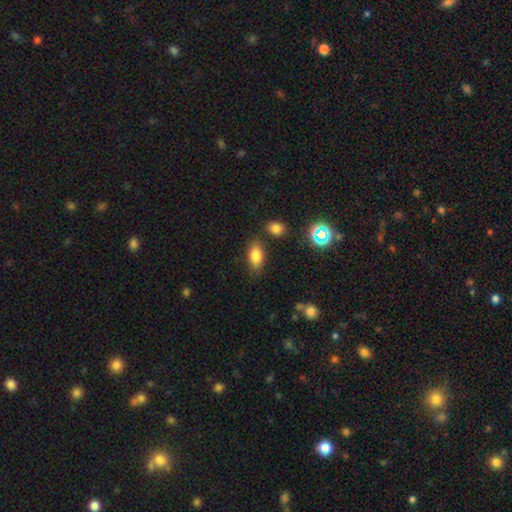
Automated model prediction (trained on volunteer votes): Smooth or featured?
  - smooth: 80% *
  - star or artifact: 10%
  - featured or disk: 10%
How rounded?
  - in between: 88% *
  - cigar-shaped: 6%
  - round: 6%
Merging?
  - none: 77% *
  - minor disturbance: 14%
  - merger: 6%
  - major disturbance: 4%